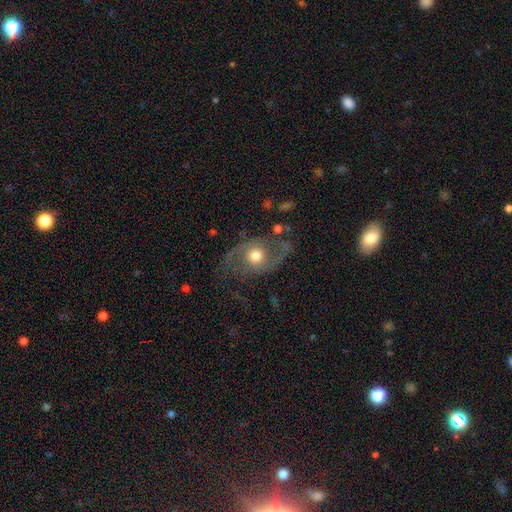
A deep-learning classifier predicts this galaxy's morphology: The model was most divided on "spiral winding": medium: 45%, loose: 39%, tight: 16%. More confident: edge-on disk — no (95%); spiral arm count — 2 (87%); bar — no (76%); spiral arms — yes (75%); bulge size — moderate (72%); smooth or featured — featured or disk (72%); merging — none (62%).